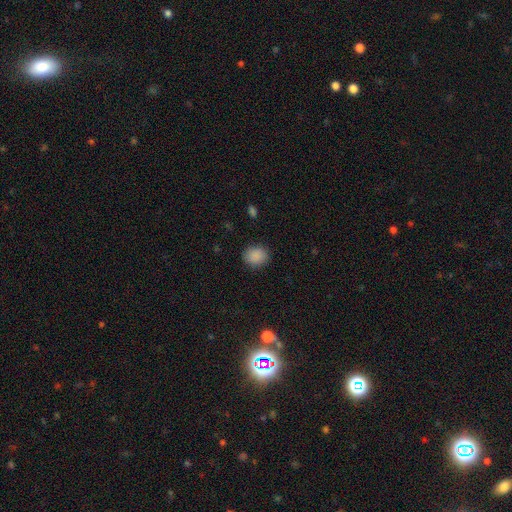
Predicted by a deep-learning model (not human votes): This is clearly a smooth galaxy (88%). How rounded: likely round (63%). Merging: clearly none (87%).